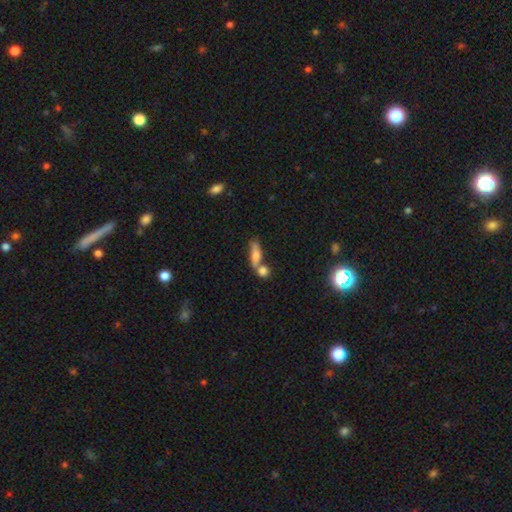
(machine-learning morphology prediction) smooth 64%, featured or disk 27%, star or artifact 9%. Down the decision tree: how rounded — cigar-shaped (48%); merging — none (43%).